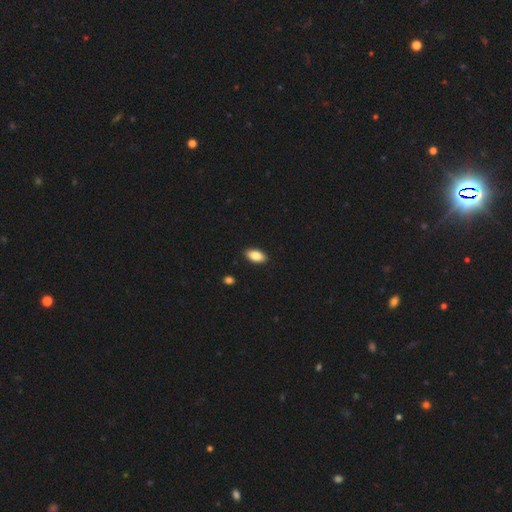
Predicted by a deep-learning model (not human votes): Smooth or featured: smooth — 86% (star or artifact — 7%)
How rounded: in between — 93% (cigar-shaped — 4%)
Merging: none — 90% (minor disturbance — 7%)